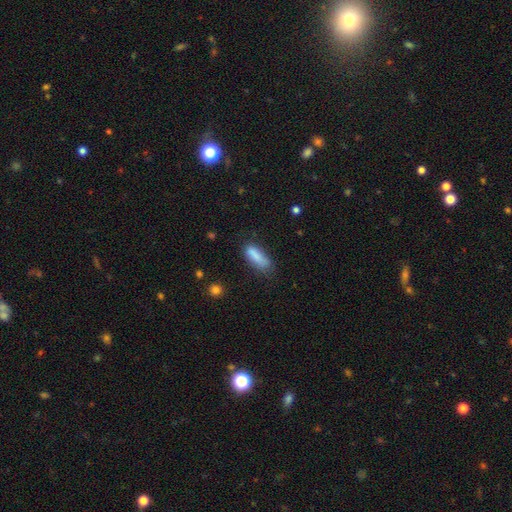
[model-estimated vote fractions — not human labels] Smooth or featured? Predicted: smooth (p=0.83). How rounded? Predicted: in between (p=0.60). Merging? Predicted: none (p=0.54).